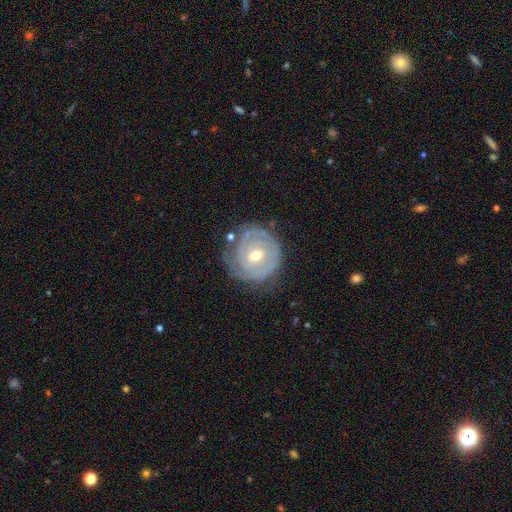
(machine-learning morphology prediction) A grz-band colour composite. It shows a featured or disk galaxy (78%) with no bar (57%), tight (81%) spiral arms (86%) and a moderate central bulge (62%). Merging: none (69%).